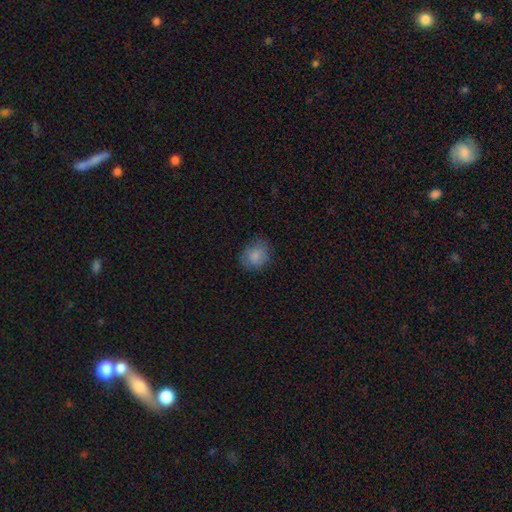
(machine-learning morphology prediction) smooth-or-featured: smooth: 83% | star or artifact: 9% | featured or disk: 8%
  how-rounded: round: 60% | in between: 39% | cigar-shaped: 1%
  merging: none: 76% | minor disturbance: 18% | major disturbance: 6% | merger: 1%